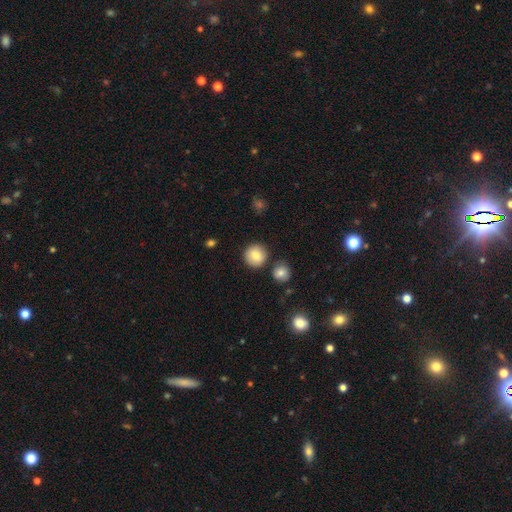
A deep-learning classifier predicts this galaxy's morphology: smooth 83%, featured or disk 9%, star or artifact 9%. Down the decision tree: how rounded — round (94%); merging — none (86%).